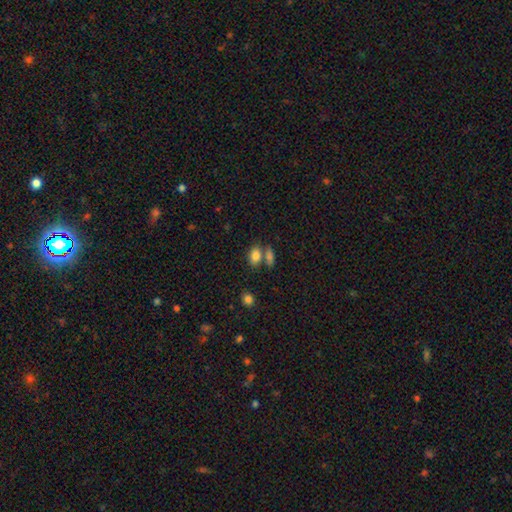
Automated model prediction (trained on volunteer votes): smooth 83%, star or artifact 9%, featured or disk 7%. Down the decision tree: how rounded — in between (84%); merging — none (51%).